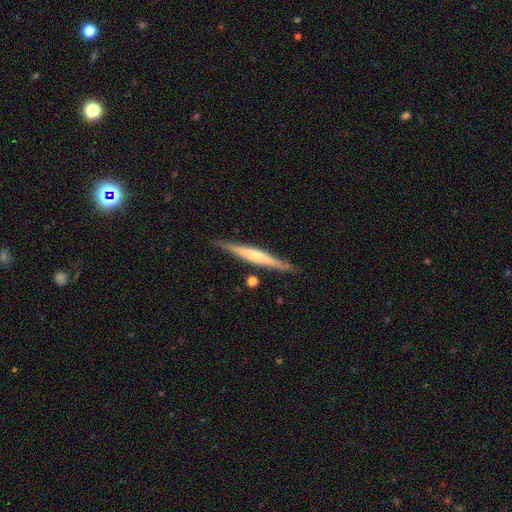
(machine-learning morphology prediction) Smooth or featured? featured or disk (61%)
Edge-on disk? yes (97%)
Edge-on bulge? rounded (48%)
Merging? none (87%)